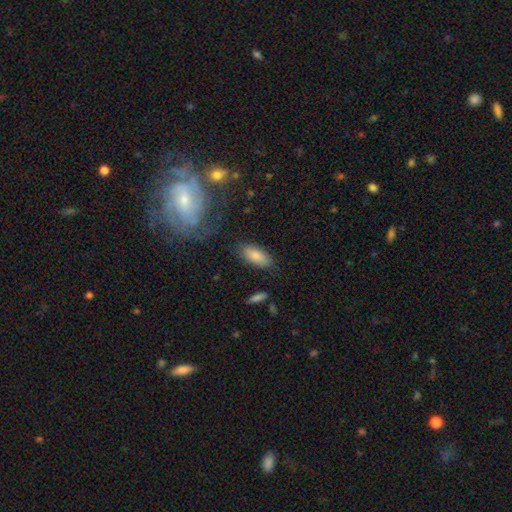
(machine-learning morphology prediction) smooth 84%, featured or disk 9%, star or artifact 7%. Down the decision tree: how rounded — in between (87%); merging — none (80%).